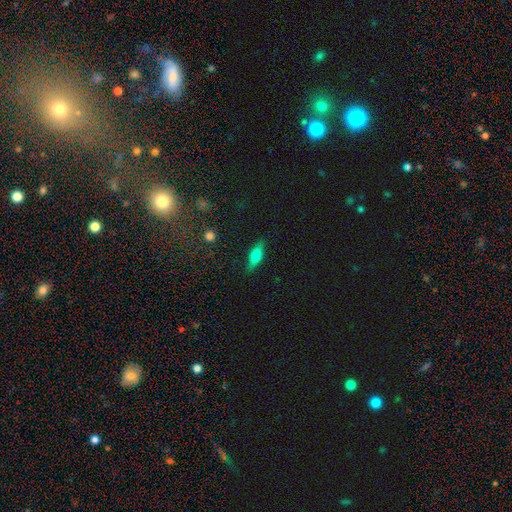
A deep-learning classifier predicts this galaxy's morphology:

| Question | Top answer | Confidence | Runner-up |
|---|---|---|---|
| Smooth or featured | smooth | 67% | featured or disk (25%) |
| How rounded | in between | 59% | cigar-shaped (37%) |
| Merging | none | 84% | minor disturbance (12%) |